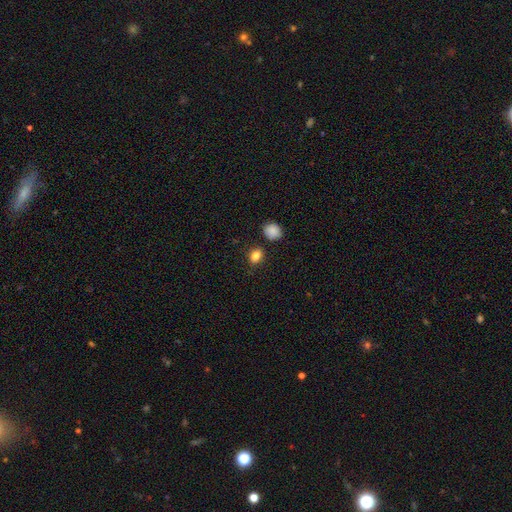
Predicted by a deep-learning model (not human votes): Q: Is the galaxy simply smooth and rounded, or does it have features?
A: smooth — 85%.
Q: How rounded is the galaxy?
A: in between — 59%.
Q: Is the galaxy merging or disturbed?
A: none — 81%.